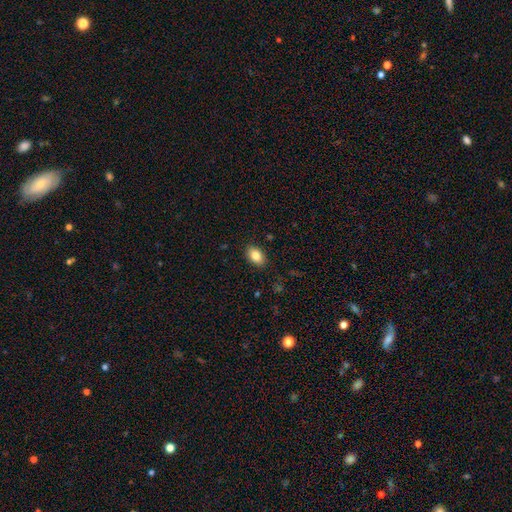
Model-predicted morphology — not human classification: The model was most divided on "how rounded": in between: 86%, round: 12%, cigar-shaped: 1%. More confident: merging — none (88%); smooth or featured — smooth (84%).